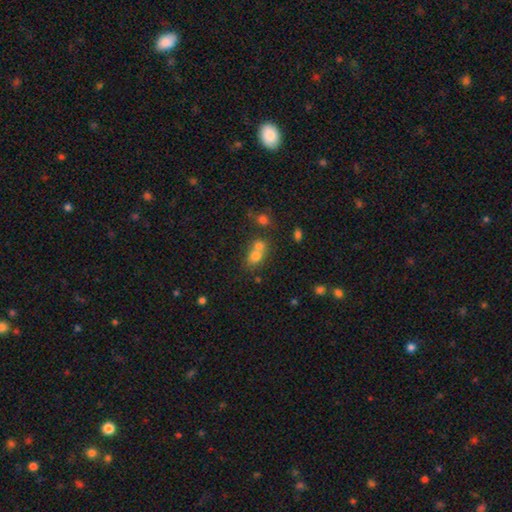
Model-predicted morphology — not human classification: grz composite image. It shows a smooth galaxy with no disk features (72%) that is round (57%). Merging: merger (60%).